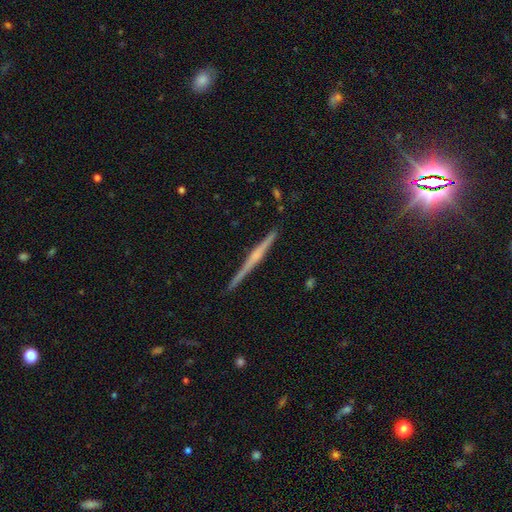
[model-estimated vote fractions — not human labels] This appears to be a featured or disk galaxy (76%) viewed edge-on (99%) with a rounded central bulge (54%). Merging: none (91%).